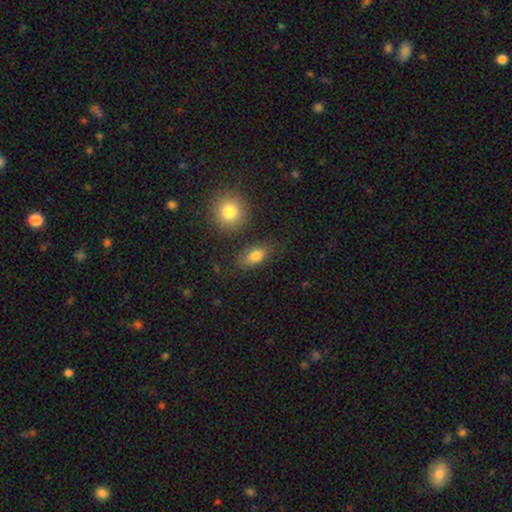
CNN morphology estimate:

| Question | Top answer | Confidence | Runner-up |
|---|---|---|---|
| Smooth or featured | smooth | 79% | featured or disk (11%) |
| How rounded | in between | 84% | round (12%) |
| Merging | none | 68% | minor disturbance (17%) |